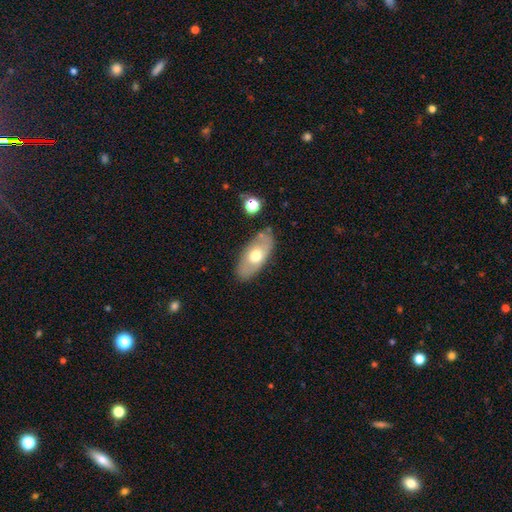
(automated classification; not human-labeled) This appears to be a smooth galaxy with no disk features (57%) that is in between round and cigar-shaped (90%). Merging: none (80%).